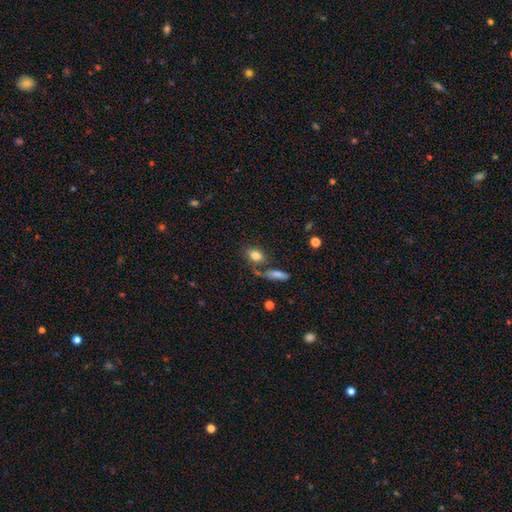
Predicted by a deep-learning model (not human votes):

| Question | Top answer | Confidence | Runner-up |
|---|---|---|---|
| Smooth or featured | smooth | 80% | featured or disk (11%) |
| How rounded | in between | 82% | round (13%) |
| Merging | none | 58% | merger (22%) |